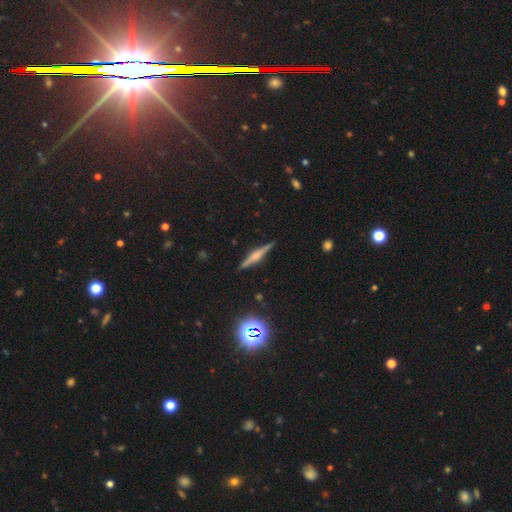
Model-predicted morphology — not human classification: Smooth or featured: featured or disk — 69% (smooth — 22%)
Edge-on disk: yes — 98% (no — 2%)
Edge-on bulge: rounded — 62% (boxy — 29%)
Merging: none — 90% (minor disturbance — 7%)